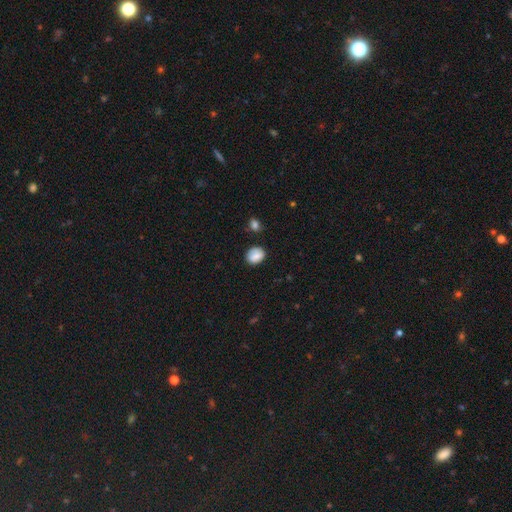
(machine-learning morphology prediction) Smooth or featured?
  - smooth: 82% *
  - featured or disk: 10%
  - star or artifact: 8%
How rounded?
  - round: 57% *
  - in between: 42%
  - cigar-shaped: 1%
Merging?
  - none: 75% *
  - minor disturbance: 18%
  - major disturbance: 4%
  - merger: 3%